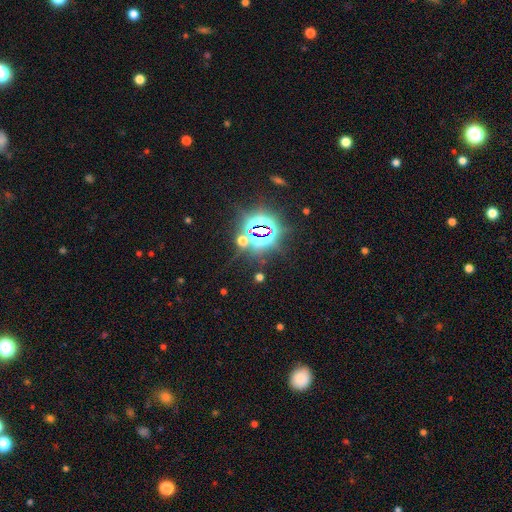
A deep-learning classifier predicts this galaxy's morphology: star or artifact 84%, smooth 10%, featured or disk 6%.